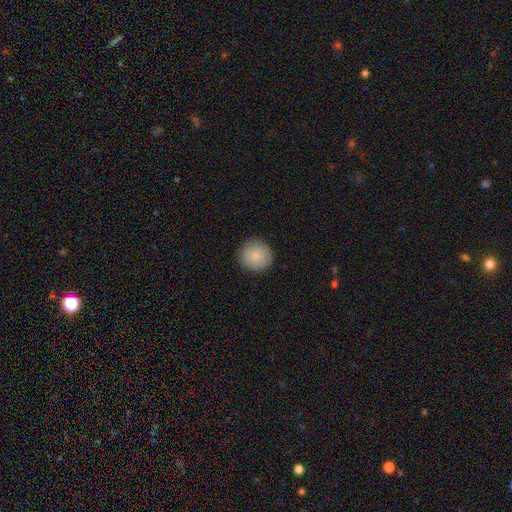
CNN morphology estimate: Smooth or featured: smooth — 85% (featured or disk — 8%)
How rounded: round — 94% (in between — 5%)
Merging: none — 90% (minor disturbance — 7%)